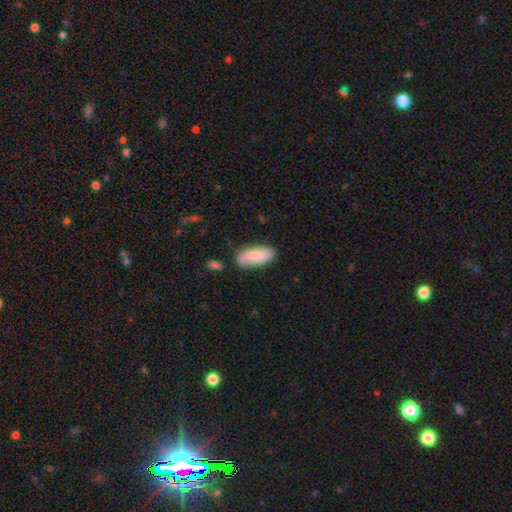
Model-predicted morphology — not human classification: Q: Smooth or featured?
A: smooth (70%); runner-up: featured or disk (24%)
Q: How rounded?
A: in between (83%); runner-up: cigar-shaped (14%)
Q: Merging?
A: none (78%); runner-up: minor disturbance (16%)